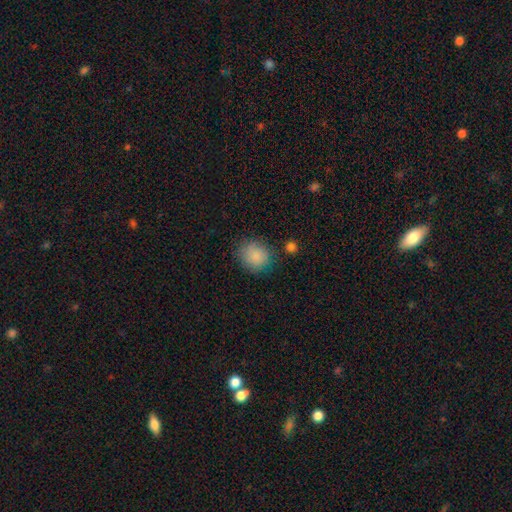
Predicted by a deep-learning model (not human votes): The model was most divided on "how rounded": round: 77%, in between: 22%, cigar-shaped: 1%. More confident: smooth or featured — smooth (86%); merging — none (77%).